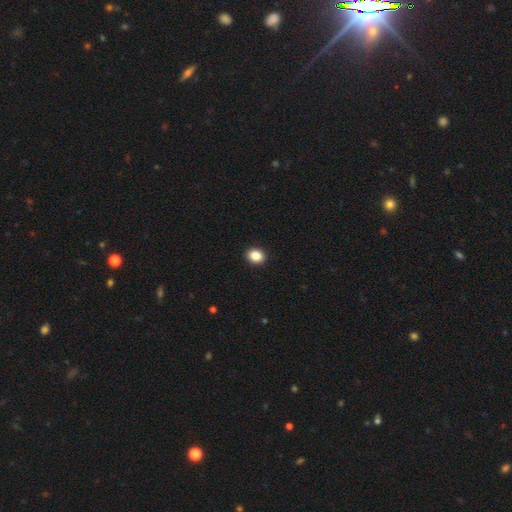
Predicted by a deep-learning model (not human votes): Smooth or featured: smooth — 87% (star or artifact — 10%)
How rounded: round — 56% (in between — 43%)
Merging: none — 92% (minor disturbance — 5%)